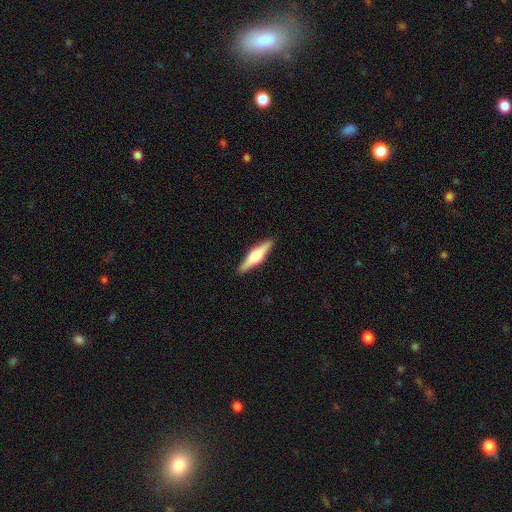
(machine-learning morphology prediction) Overall: featured or disk (61%; smooth 34%). Edge-on disk: yes (97%). Edge-on bulge: rounded (90%). Merging: none (91%).